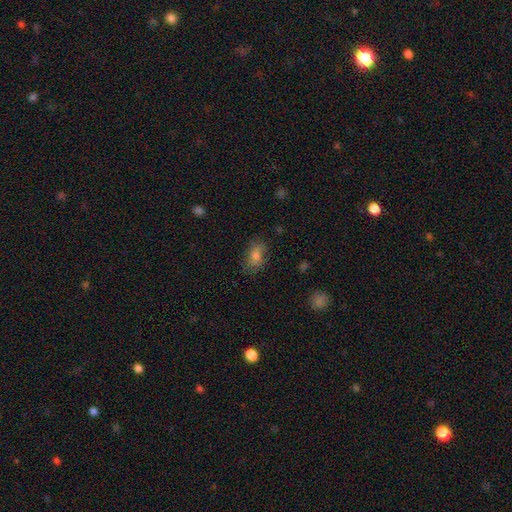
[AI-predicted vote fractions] smooth_or_featured: smooth (p=0.75) [alt: featured or disk p=0.14]
how_rounded: in between (p=0.82) [alt: round p=0.15]
merging: none (p=0.74) [alt: minor disturbance p=0.19]